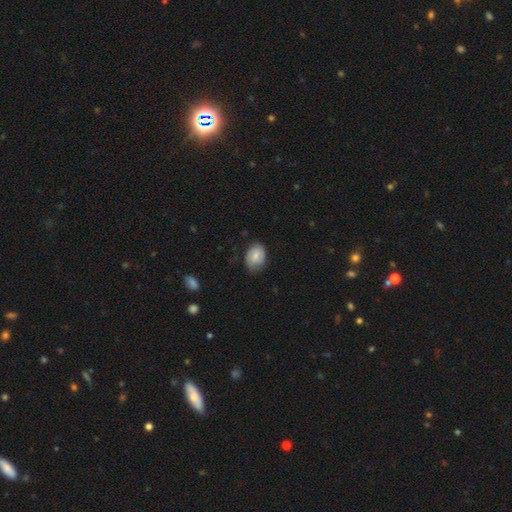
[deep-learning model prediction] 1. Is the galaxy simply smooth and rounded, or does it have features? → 70% smooth, 23% featured or disk, 7% star or artifact.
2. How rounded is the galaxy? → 69% in between, 30% round, 1% cigar-shaped.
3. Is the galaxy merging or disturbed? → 65% none, 28% minor disturbance, 6% major disturbance, 1% merger.